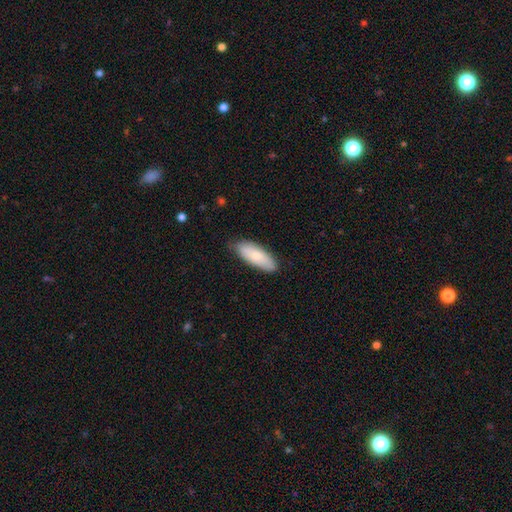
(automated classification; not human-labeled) A smooth galaxy with no disk features (77%) that is in between round and cigar-shaped (73%).

Vote fractions:
- Smooth or featured? smooth: 77% / featured or disk: 17% / star or artifact: 6%
- How rounded? in between: 73% / cigar-shaped: 25% / round: 2%
- Merging? none: 81% / minor disturbance: 16% / major disturbance: 2% / merger: 1%